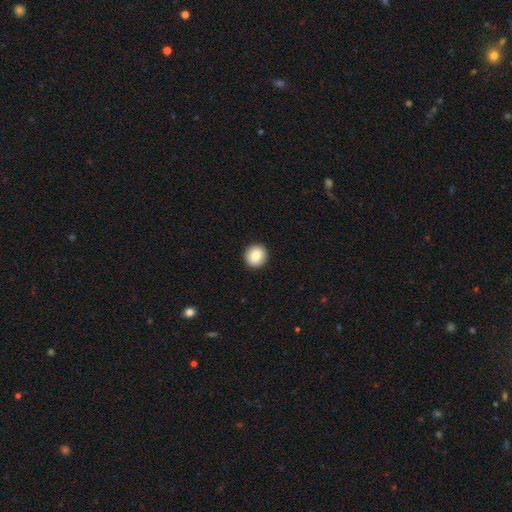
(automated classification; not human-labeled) Smooth or featured?
  - smooth: 86% *
  - star or artifact: 8%
  - featured or disk: 7%
How rounded?
  - round: 88% *
  - in between: 11%
  - cigar-shaped: 1%
Merging?
  - none: 93% *
  - minor disturbance: 5%
  - major disturbance: 1%
  - merger: 1%